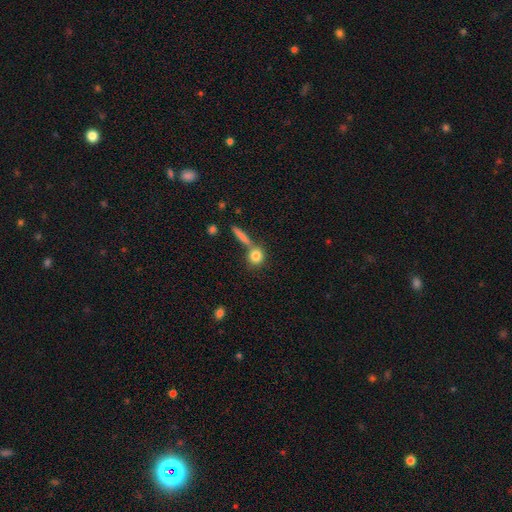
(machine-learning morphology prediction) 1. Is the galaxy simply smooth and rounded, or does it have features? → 81% smooth, 10% featured or disk, 9% star or artifact.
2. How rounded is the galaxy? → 77% round, 17% in between, 6% cigar-shaped.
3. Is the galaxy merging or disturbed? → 62% none, 24% merger, 10% minor disturbance, 4% major disturbance.